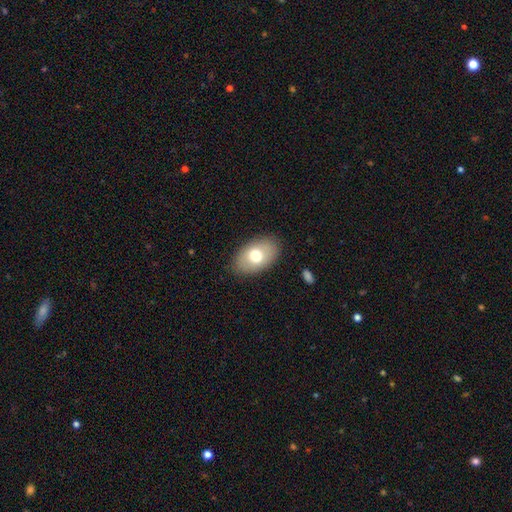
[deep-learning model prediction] This appears to be a smooth galaxy with no disk features (71%) that is in between round and cigar-shaped (90%). Merging: none (85%).